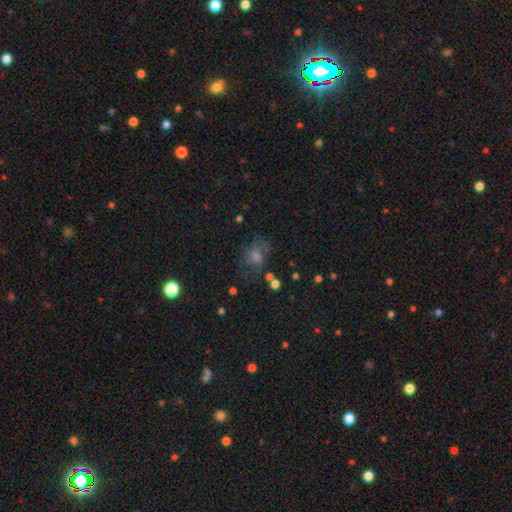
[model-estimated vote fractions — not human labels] A smooth galaxy with no disk features (44%). Merging: none (61%).